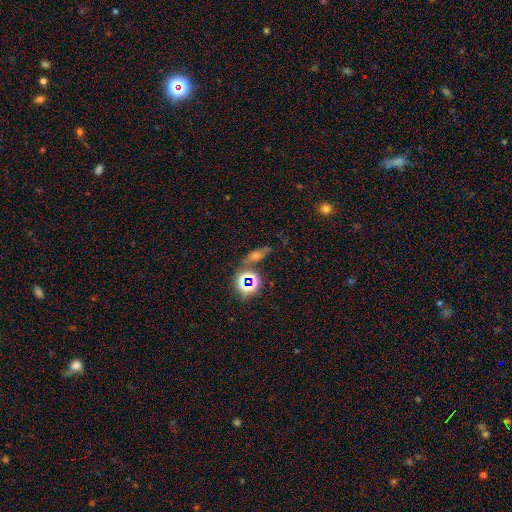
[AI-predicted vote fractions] smooth_or_featured: star or artifact (p=0.47) [alt: featured or disk p=0.27]